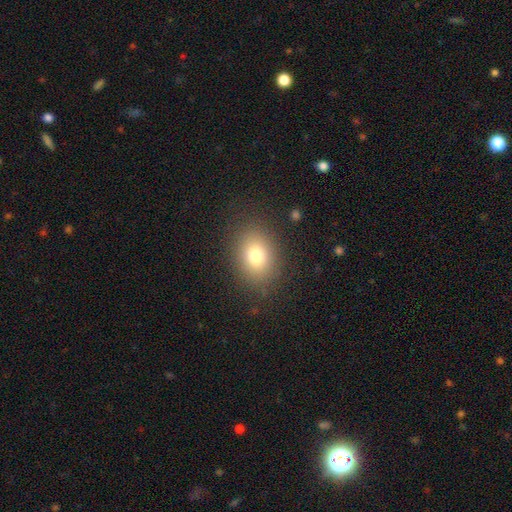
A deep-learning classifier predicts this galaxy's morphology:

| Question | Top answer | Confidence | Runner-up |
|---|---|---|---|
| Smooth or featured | smooth | 78% | star or artifact (12%) |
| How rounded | in between | 61% | round (38%) |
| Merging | none | 86% | minor disturbance (9%) |